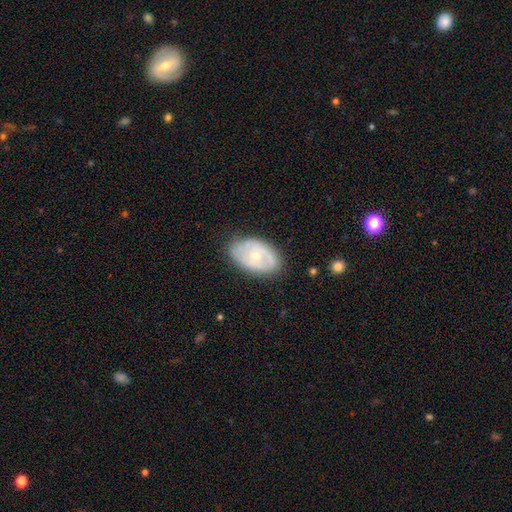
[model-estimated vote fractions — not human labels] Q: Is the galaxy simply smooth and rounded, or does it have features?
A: featured or disk — 59%.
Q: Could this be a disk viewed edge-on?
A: no — 93%.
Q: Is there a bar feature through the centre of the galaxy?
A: no — 78%.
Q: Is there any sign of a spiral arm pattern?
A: no — 57%.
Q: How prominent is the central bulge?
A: moderate — 58%.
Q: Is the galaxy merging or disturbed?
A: none — 73%.